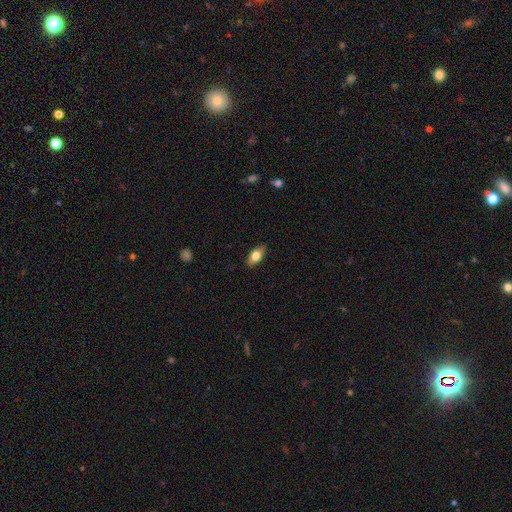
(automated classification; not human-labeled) Smooth or featured?
  - smooth: 76% *
  - featured or disk: 17%
  - star or artifact: 7%
How rounded?
  - in between: 88% *
  - cigar-shaped: 7%
  - round: 5%
Merging?
  - none: 87% *
  - minor disturbance: 10%
  - major disturbance: 2%
  - merger: 1%